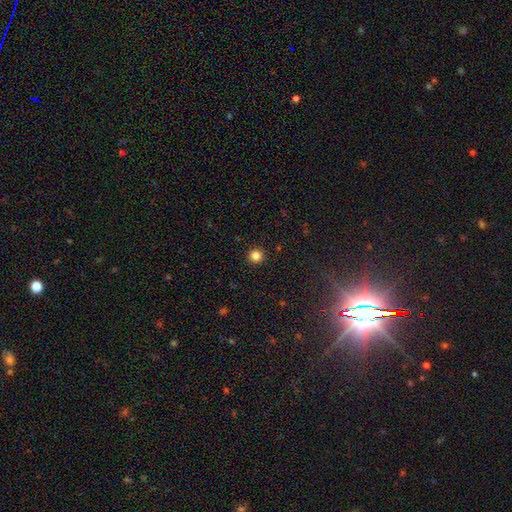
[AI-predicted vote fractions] Smooth or featured: smooth — 84% (star or artifact — 12%)
How rounded: round — 96% (in between — 3%)
Merging: none — 94% (minor disturbance — 4%)